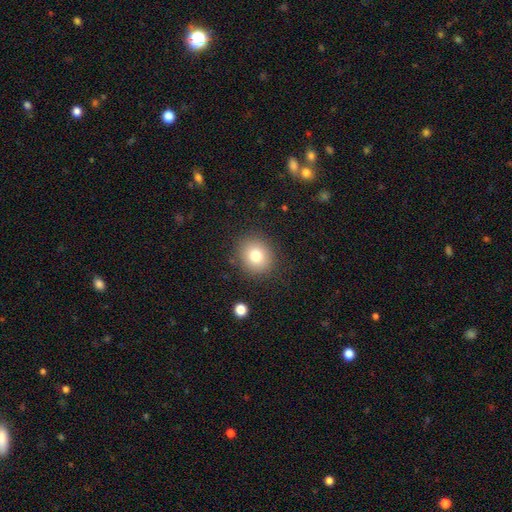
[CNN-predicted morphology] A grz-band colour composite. It shows a smooth galaxy with no disk features (78%) that is round (75%). Merging: none (87%).